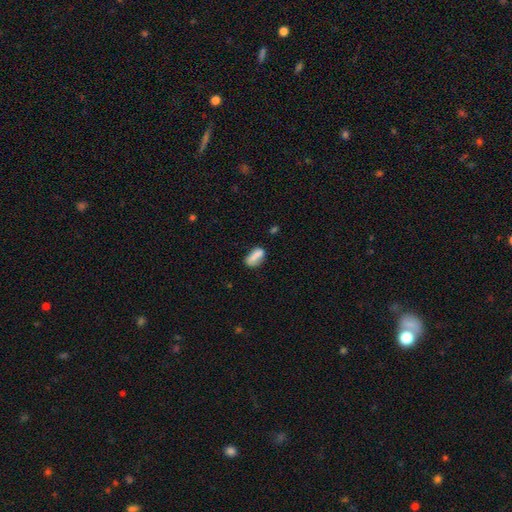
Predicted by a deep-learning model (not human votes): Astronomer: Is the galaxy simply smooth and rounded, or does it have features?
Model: smooth — 75%.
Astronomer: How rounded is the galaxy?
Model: in between — 85%.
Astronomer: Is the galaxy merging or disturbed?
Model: none — 48% (runner-up: minor disturbance, 24%).